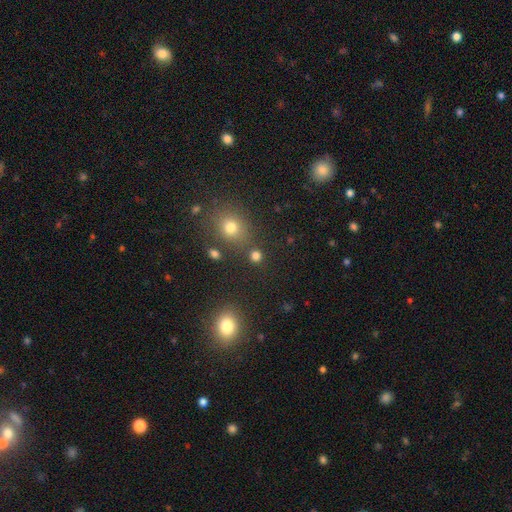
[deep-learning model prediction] A smooth galaxy with no disk features (70%) that is round (82%).

Vote fractions:
- Smooth or featured? smooth: 70% / star or artifact: 23% / featured or disk: 7%
- How rounded? round: 82% / in between: 17% / cigar-shaped: 1%
- Merging? none: 77% / merger: 10% / minor disturbance: 9% / major disturbance: 4%